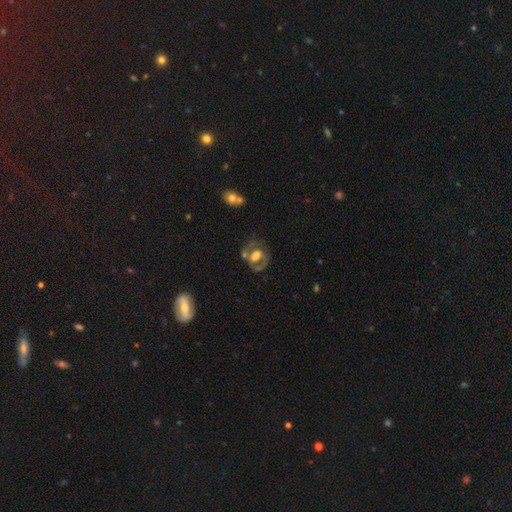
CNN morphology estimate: A featured or disk galaxy (67%) with no bar (47%), spiral arms (52%) and a moderate central bulge (42%). Merging: none (60%).